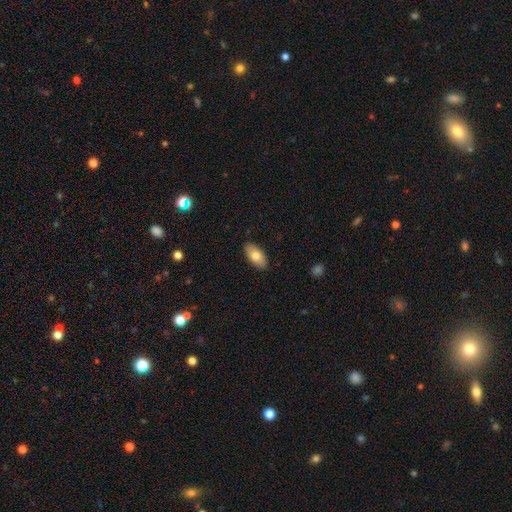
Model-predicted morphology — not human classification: This appears to be a smooth galaxy with no disk features (75%) that is in between round and cigar-shaped (93%). Merging: none (88%).